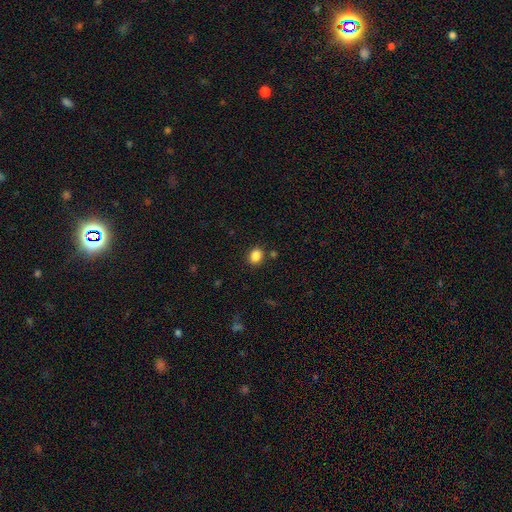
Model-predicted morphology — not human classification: Overall: smooth (86%). How rounded: round (52%; in between 47%). Merging: none (85%).